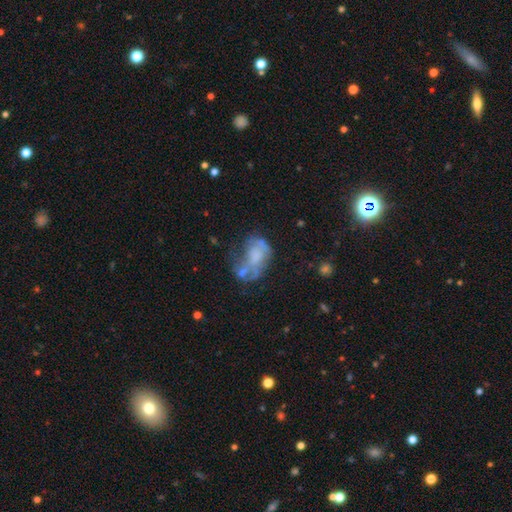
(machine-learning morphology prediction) smooth-or-featured: featured or disk: 56% | smooth: 32% | star or artifact: 13%
  disk-edge-on: no: 97% | yes: 3%
    bar: no: 84% | weak: 13% | strong: 3%
    has-spiral-arms: no: 73% | yes: 27%
    bulge-size: none: 50% | moderate: 22% | small: 17% | large: 9% | dominant: 2%
  merging: none: 29% | major disturbance: 28% | merger: 23% | minor disturbance: 21%